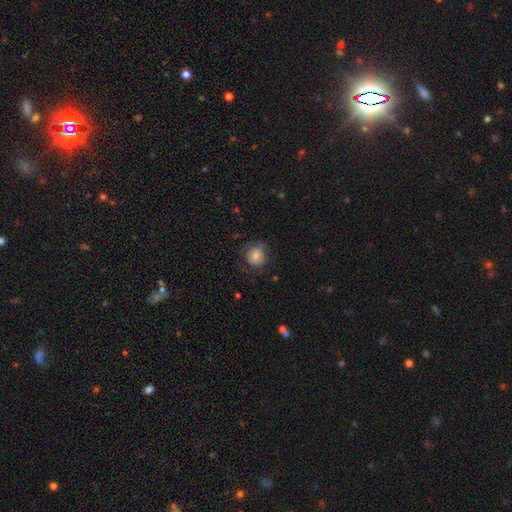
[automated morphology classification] This appears to be a smooth galaxy with no disk features (61%) that is round (88%). Merging: none (69%).